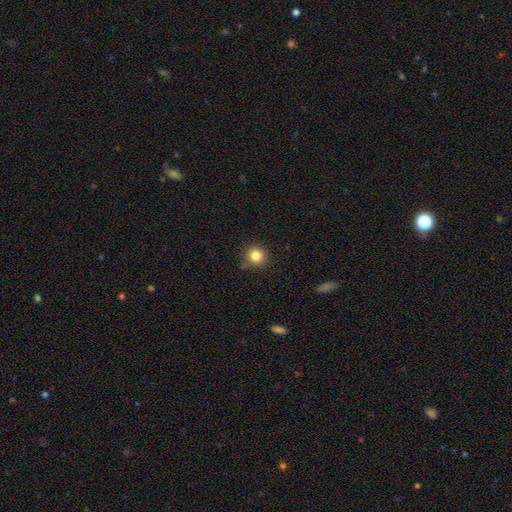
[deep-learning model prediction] The model was most divided on "smooth or featured": smooth: 83%, star or artifact: 12%, featured or disk: 6%. More confident: how rounded — round (93%); merging — none (85%).